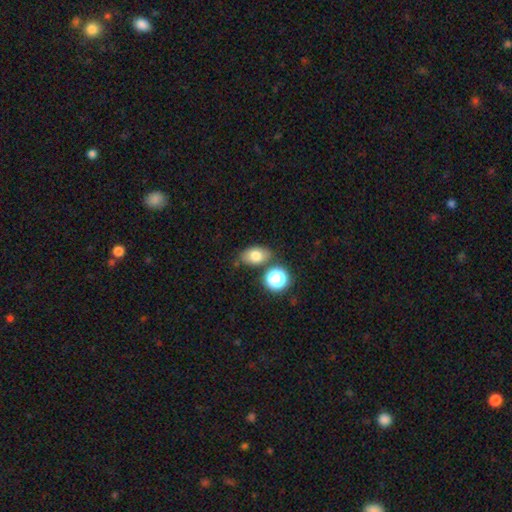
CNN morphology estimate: smooth 77%, star or artifact 12%, featured or disk 12%. Down the decision tree: how rounded — in between (80%); merging — none (73%).